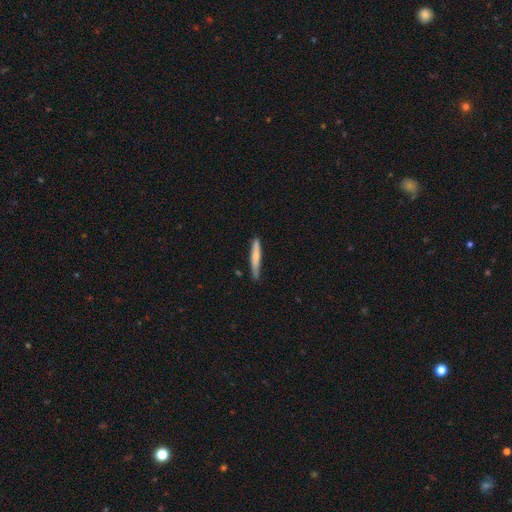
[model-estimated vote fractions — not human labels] A smooth galaxy with no disk features (68%) that is cigar-shaped (94%). Merging: none (80%).